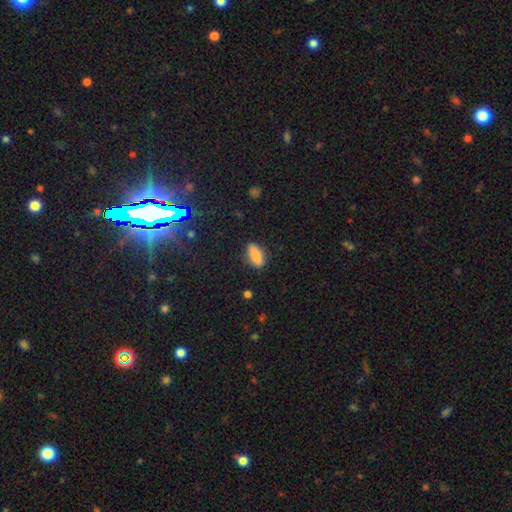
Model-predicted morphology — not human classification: Smooth or featured? Predicted: smooth (p=0.77). How rounded? Predicted: in between (p=0.77). Merging? Predicted: none (p=0.83).